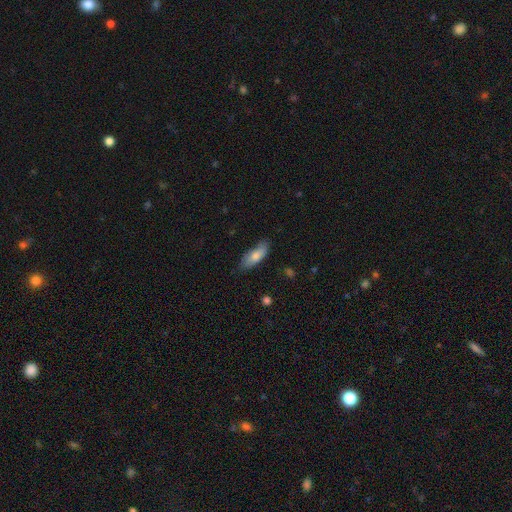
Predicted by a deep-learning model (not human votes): This appears to be a smooth galaxy with no disk features (78%) that is in between round and cigar-shaped (71%). Merging: none (73%).